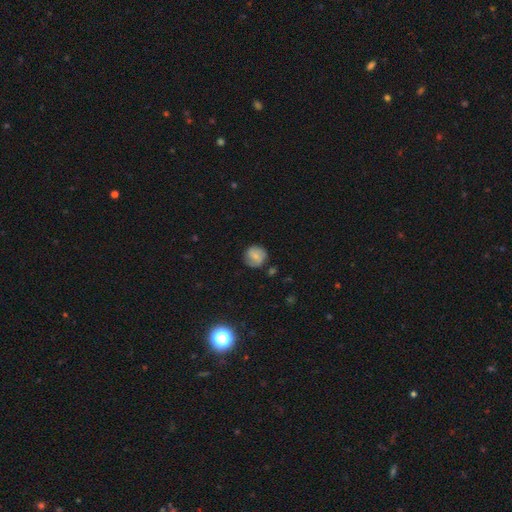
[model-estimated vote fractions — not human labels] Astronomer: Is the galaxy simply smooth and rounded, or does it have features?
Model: smooth — 64%.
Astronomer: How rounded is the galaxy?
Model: round — 88%.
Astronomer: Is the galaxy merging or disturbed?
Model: none — 77%.